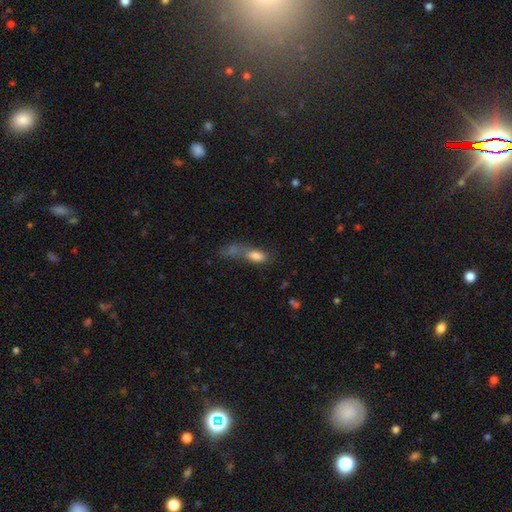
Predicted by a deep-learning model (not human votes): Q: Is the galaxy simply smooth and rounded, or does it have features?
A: smooth — 77%.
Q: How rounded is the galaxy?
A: in between — 76%.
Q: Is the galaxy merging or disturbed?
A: merger — 45%.